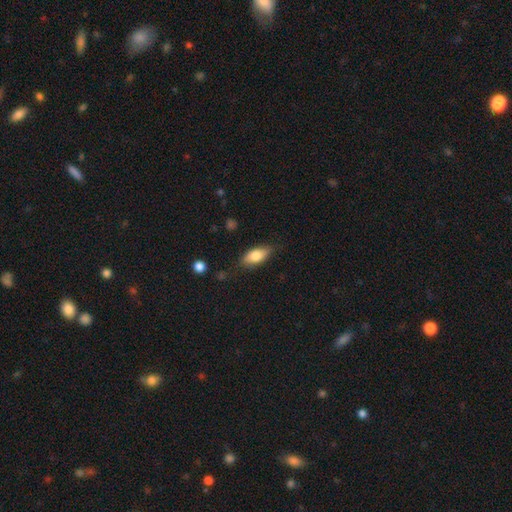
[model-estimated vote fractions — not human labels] smooth_or_featured: smooth (p=0.76) [alt: featured or disk p=0.18]
how_rounded: in between (p=0.82) [alt: cigar-shaped p=0.15]
merging: none (p=0.76) [alt: minor disturbance p=0.19]